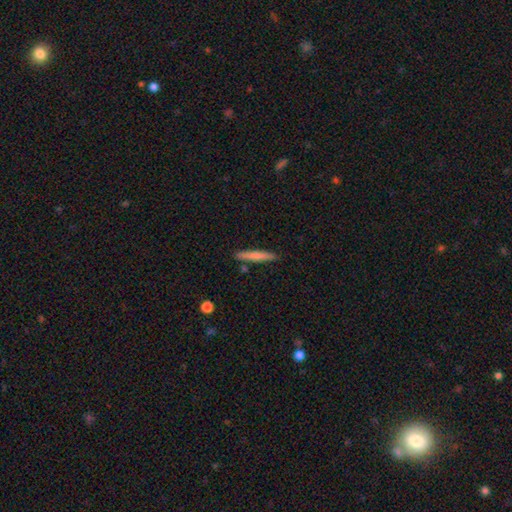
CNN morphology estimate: A smooth galaxy with no disk features (71%) that is cigar-shaped (94%). Merging: none (86%).